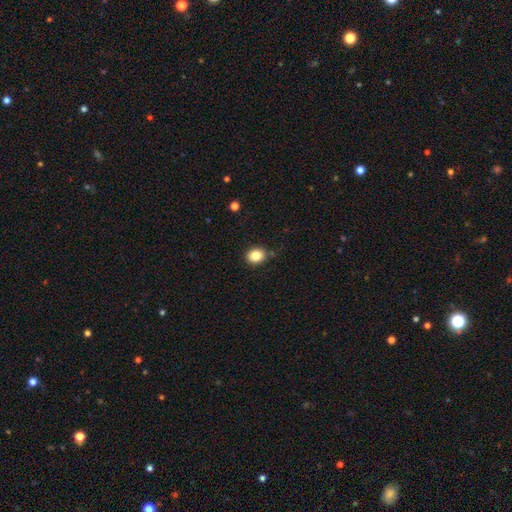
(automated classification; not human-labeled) Overall: smooth (84%). How rounded: round (63%; in between 36%). Merging: none (83%).